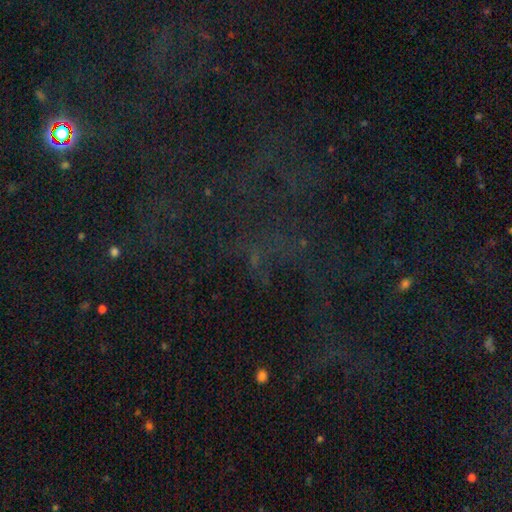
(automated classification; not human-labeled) Q: Smooth or featured?
A: star or artifact (70%); runner-up: smooth (16%)